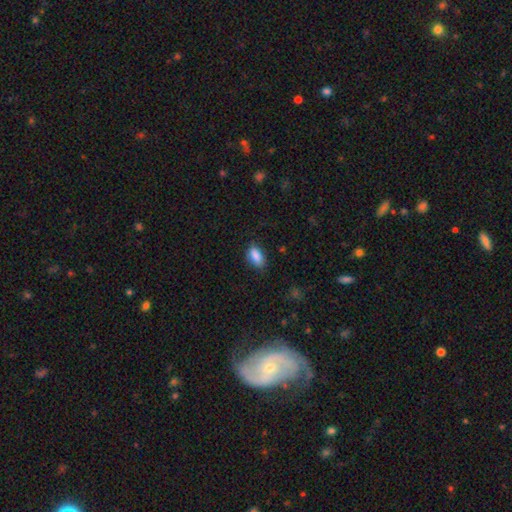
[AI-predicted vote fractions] Smooth or featured? smooth (86%)
How rounded? in between (88%)
Merging? none (79%)